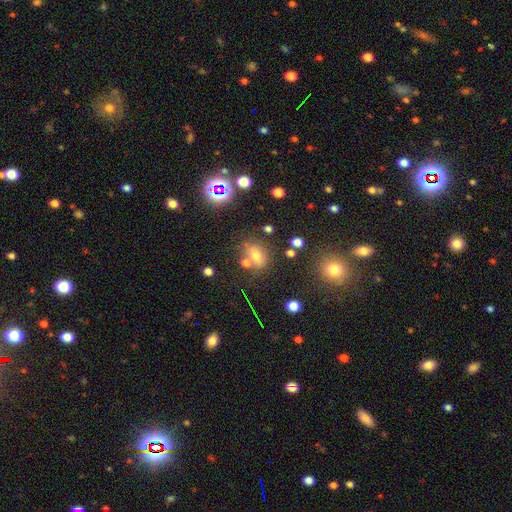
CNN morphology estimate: Smooth or featured: smooth — 54% (star or artifact — 29%)
How rounded: in between — 58% (round — 39%)
Merging: none — 62% (merger — 19%)